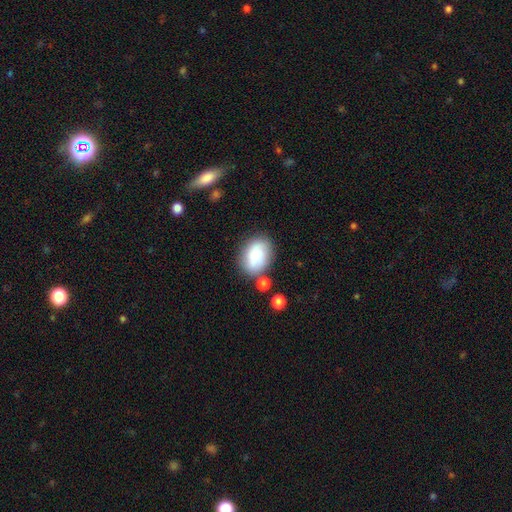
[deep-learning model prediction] smooth_or_featured: smooth (p=0.79) [alt: featured or disk p=0.13]
how_rounded: in between (p=0.75) [alt: round p=0.23]
merging: none (p=0.64) [alt: minor disturbance p=0.19]